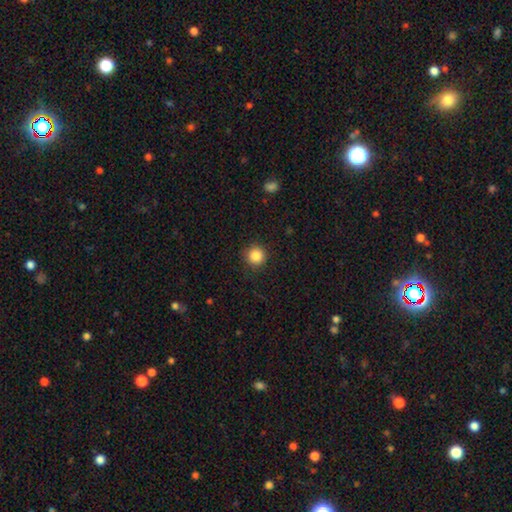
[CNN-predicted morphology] smooth 86%, star or artifact 10%, featured or disk 4%. Down the decision tree: how rounded — round (95%); merging — none (89%).